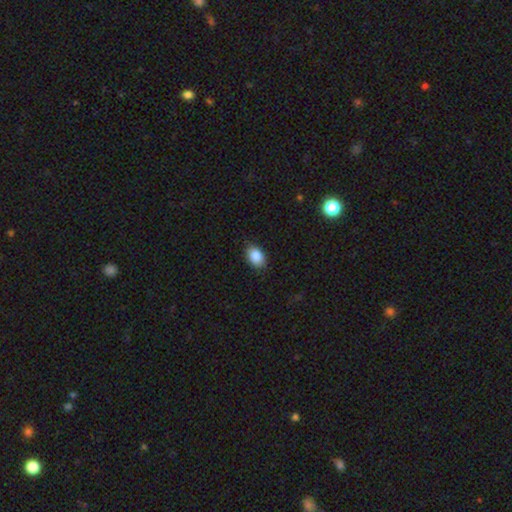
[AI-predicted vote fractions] Smooth or featured: smooth — 87% (star or artifact — 8%)
How rounded: in between — 81% (round — 18%)
Merging: none — 81% (minor disturbance — 16%)